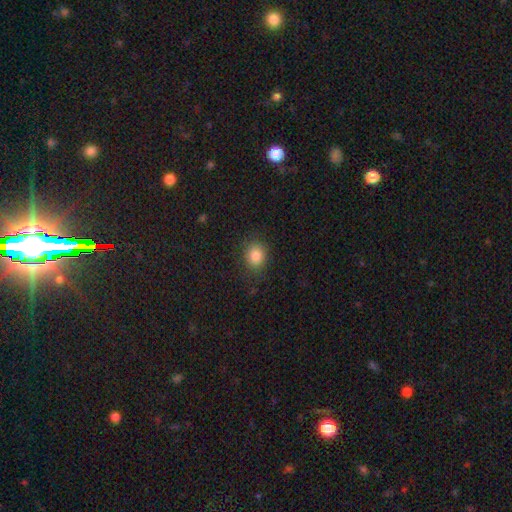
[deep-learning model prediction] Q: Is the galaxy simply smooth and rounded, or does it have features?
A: smooth — 84%.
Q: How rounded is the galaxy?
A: round — 59%.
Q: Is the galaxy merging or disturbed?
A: none — 83%.